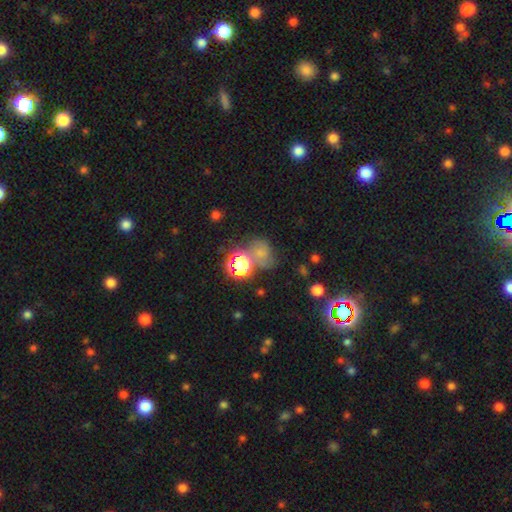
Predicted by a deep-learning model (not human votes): Smooth or featured?
  - star or artifact: 51% *
  - smooth: 38%
  - featured or disk: 11%